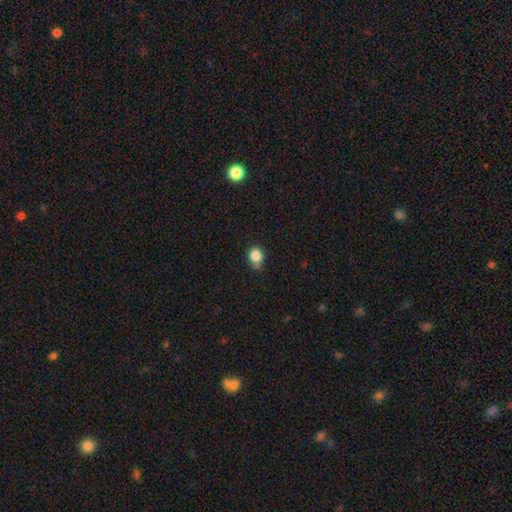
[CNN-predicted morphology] Smooth or featured: smooth — 84% (star or artifact — 11%)
How rounded: round — 82% (in between — 18%)
Merging: none — 65% (minor disturbance — 22%)